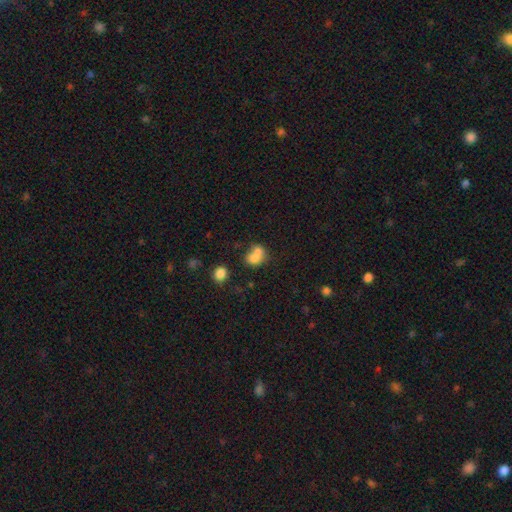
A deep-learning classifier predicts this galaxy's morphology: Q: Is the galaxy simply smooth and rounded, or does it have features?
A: smooth — 72%.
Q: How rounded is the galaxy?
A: round — 51%.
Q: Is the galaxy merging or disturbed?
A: merger — 64%.